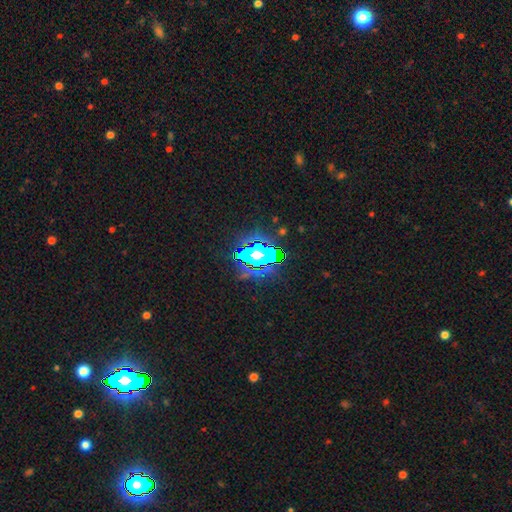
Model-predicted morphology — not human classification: A star or artifact, not a galaxy (75%).